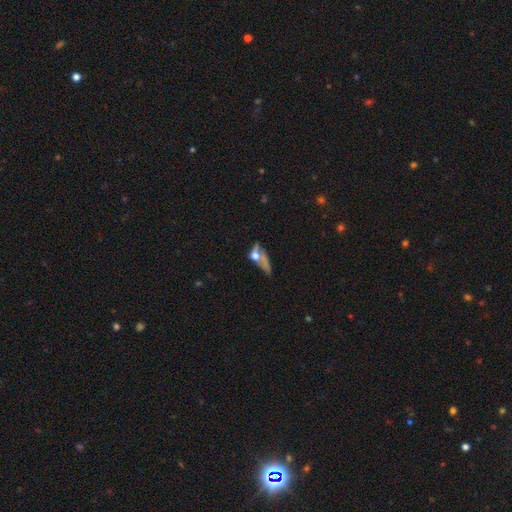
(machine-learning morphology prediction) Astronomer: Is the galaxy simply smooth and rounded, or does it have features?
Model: smooth — 44% (runner-up: featured or disk, 42%).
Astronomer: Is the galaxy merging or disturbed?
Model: major disturbance — 34% (runner-up: merger, 31%).